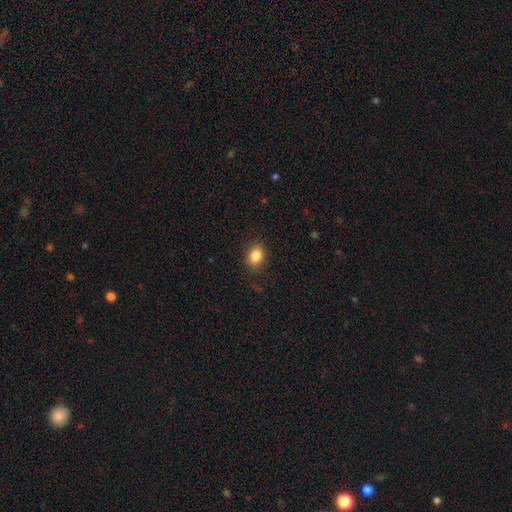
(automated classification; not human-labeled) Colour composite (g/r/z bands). It shows a smooth galaxy with no disk features (84%) that is in between round and cigar-shaped (64%). Merging: none (86%).